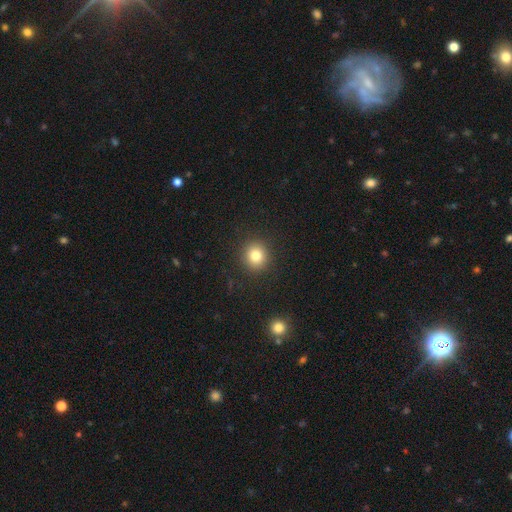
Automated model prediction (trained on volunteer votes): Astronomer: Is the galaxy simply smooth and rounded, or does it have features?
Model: smooth — 81%.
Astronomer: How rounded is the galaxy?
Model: round — 89%.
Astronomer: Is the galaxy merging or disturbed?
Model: none — 91%.